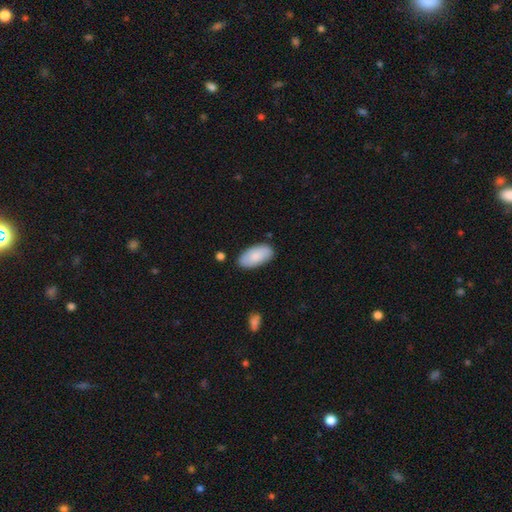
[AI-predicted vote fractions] Q: Smooth or featured?
A: smooth (85%); runner-up: featured or disk (9%)
Q: How rounded?
A: in between (95%); runner-up: cigar-shaped (3%)
Q: Merging?
A: none (84%); runner-up: minor disturbance (12%)